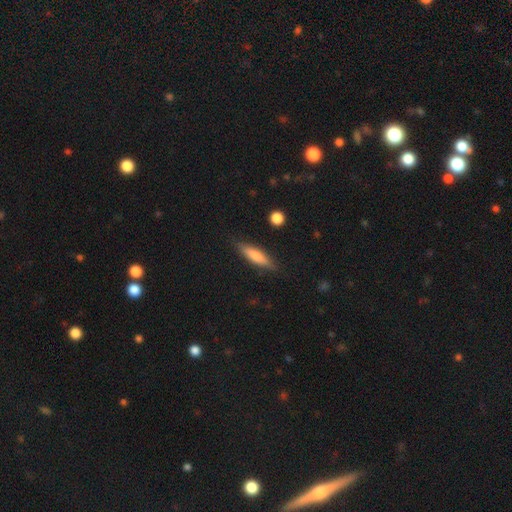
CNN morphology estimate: Smooth or featured?
  - smooth: 70% *
  - featured or disk: 25%
  - star or artifact: 6%
How rounded?
  - cigar-shaped: 73% *
  - in between: 25%
  - round: 2%
Merging?
  - none: 85% *
  - minor disturbance: 11%
  - major disturbance: 2%
  - merger: 2%